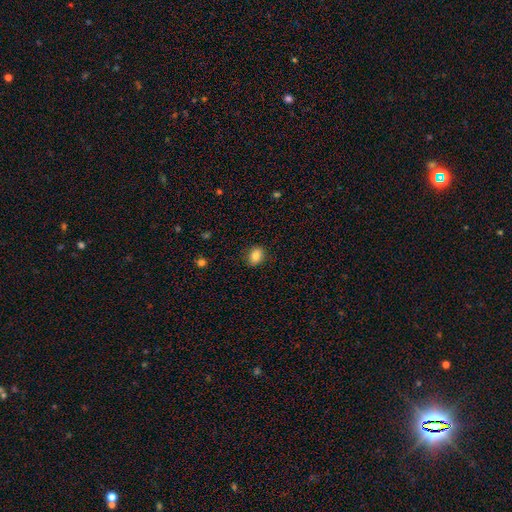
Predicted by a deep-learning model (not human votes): The model was most divided on "how rounded": in between: 57%, round: 42%, cigar-shaped: 1%. More confident: merging — none (87%); smooth or featured — smooth (84%).